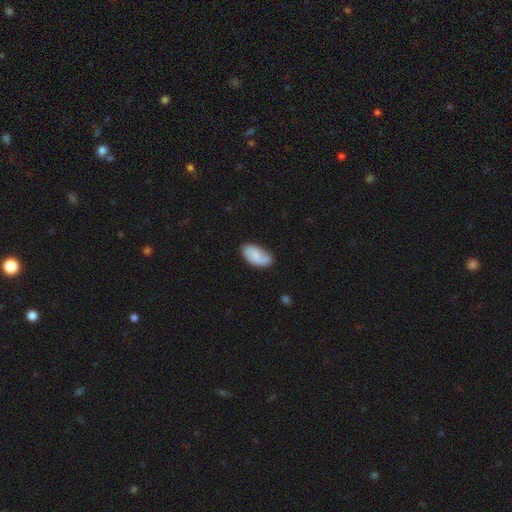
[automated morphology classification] A smooth galaxy with no disk features (68%) that is in between round and cigar-shaped (94%). Merging: none (67%).